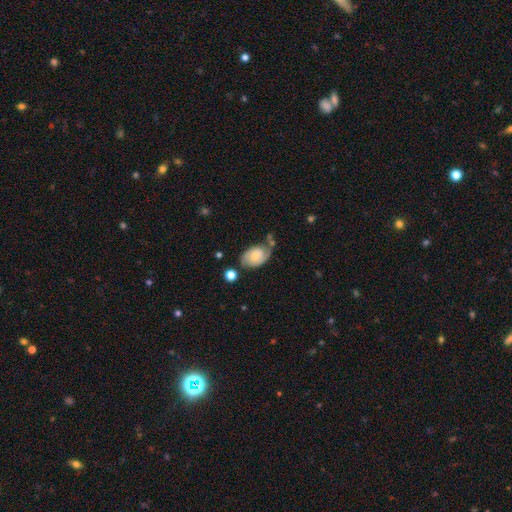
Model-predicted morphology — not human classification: Smooth or featured? Predicted: featured or disk (p=0.54). Edge-on disk? Predicted: no (p=0.96). Bar? Predicted: no (p=0.69). Spiral arms? Predicted: yes (p=0.86). Bulge size? Predicted: small (p=0.49). Merging? Predicted: none (p=0.47).